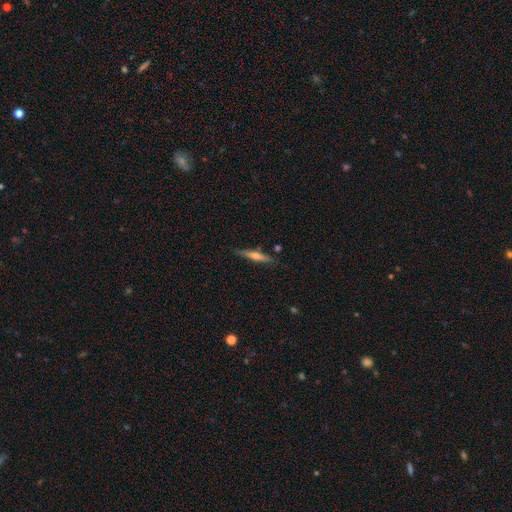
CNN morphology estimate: Overall: featured or disk (56%; smooth 37%). Edge-on disk: yes (96%). Edge-on bulge: rounded (71%). Merging: none (85%).